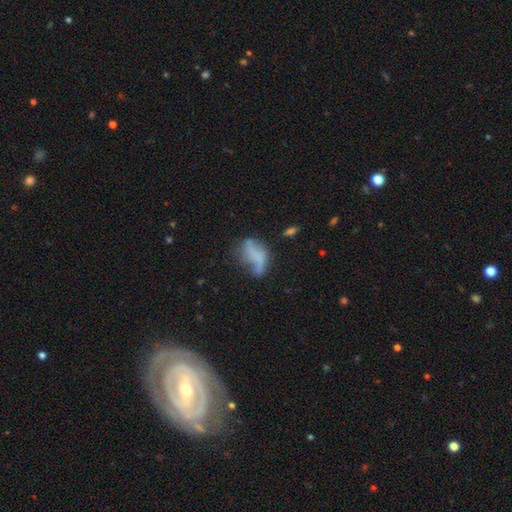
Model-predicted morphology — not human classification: Q: Smooth or featured?
A: featured or disk (45%); runner-up: smooth (43%)
Q: Merging?
A: major disturbance (33%); runner-up: none (32%)